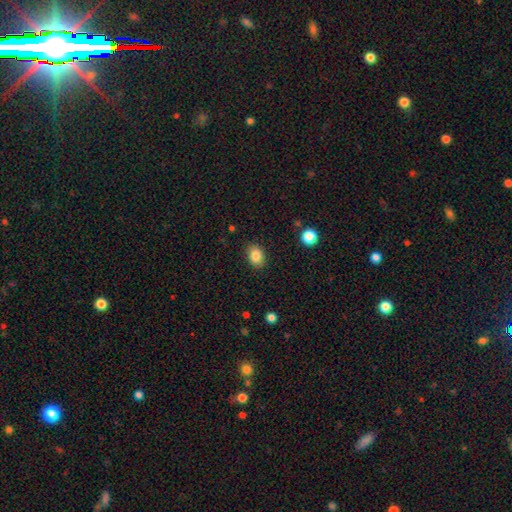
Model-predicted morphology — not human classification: smooth_or_featured: smooth (p=0.85) [alt: star or artifact p=0.09]
how_rounded: in between (p=0.70) [alt: round p=0.29]
merging: none (p=0.87) [alt: minor disturbance p=0.10]